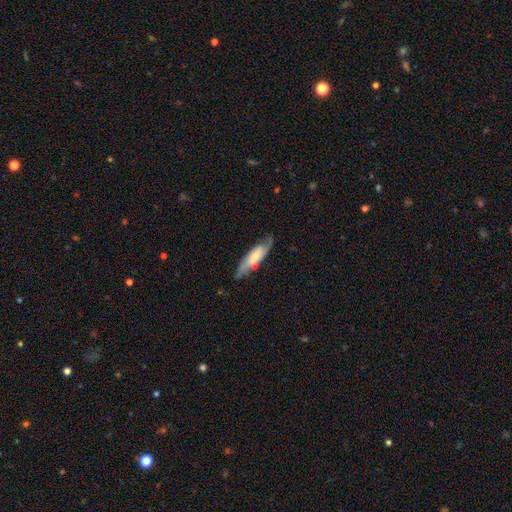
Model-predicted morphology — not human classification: Overall: featured or disk (54%; smooth 40%). Edge-on disk: no (63%; yes 37%). Merging: none (68%).